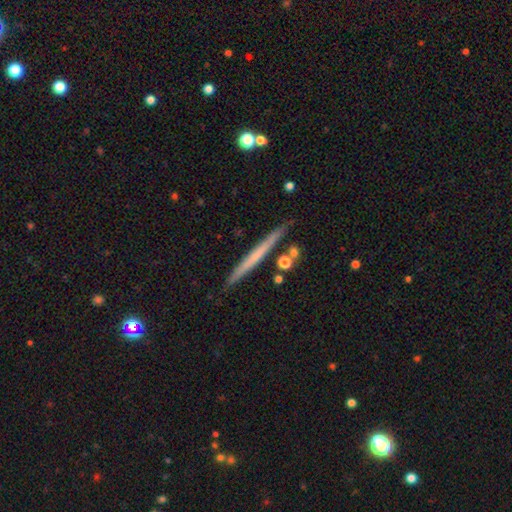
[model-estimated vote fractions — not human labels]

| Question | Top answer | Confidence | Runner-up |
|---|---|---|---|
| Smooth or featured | smooth | 47% | tied: featured or disk (47%) |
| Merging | none | 89% | minor disturbance (7%) |